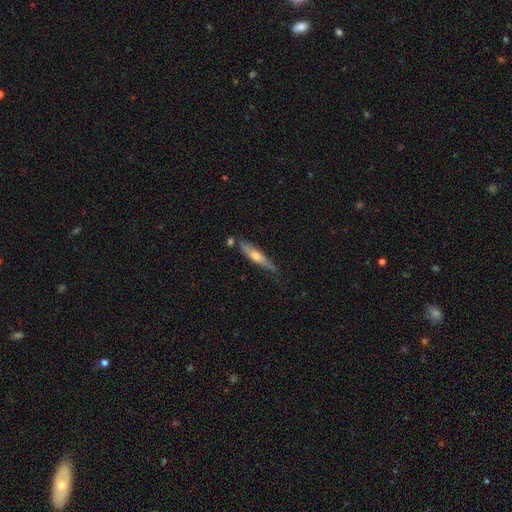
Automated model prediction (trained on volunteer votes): Overall: featured or disk (53%; smooth 41%). Edge-on disk: yes (91%). Merging: none (72%).